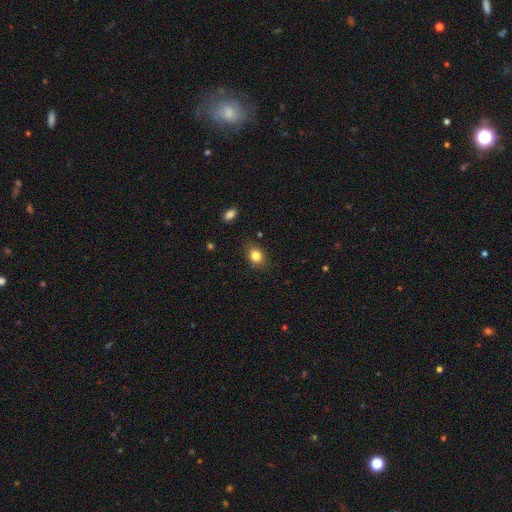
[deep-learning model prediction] smooth_or_featured: smooth (p=0.82) [alt: star or artifact p=0.11]
how_rounded: in between (p=0.59) [alt: round p=0.39]
merging: none (p=0.83) [alt: minor disturbance p=0.13]